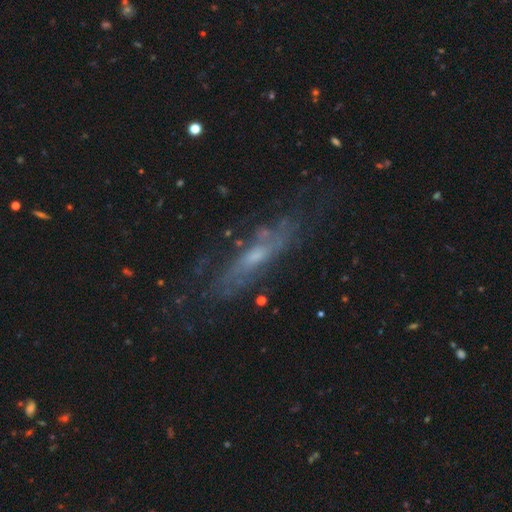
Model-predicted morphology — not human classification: smooth-or-featured: featured or disk: 68% | smooth: 22% | star or artifact: 10%
  disk-edge-on: no: 59% | yes: 41%
  merging: none: 66% | minor disturbance: 20% | major disturbance: 11% | merger: 3%